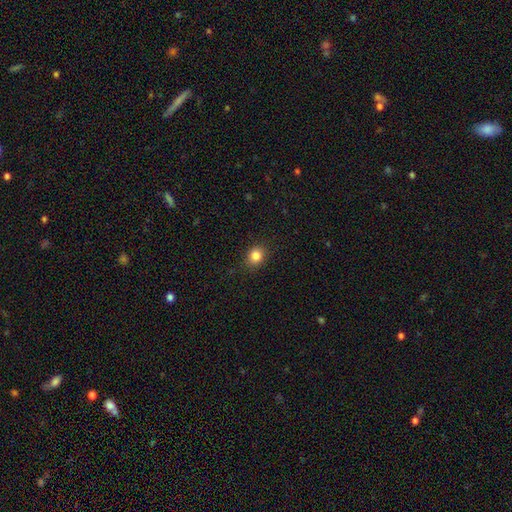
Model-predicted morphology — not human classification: Smooth or featured? Predicted: smooth (p=0.83). How rounded? Predicted: round (p=0.64). Merging? Predicted: none (p=0.87).